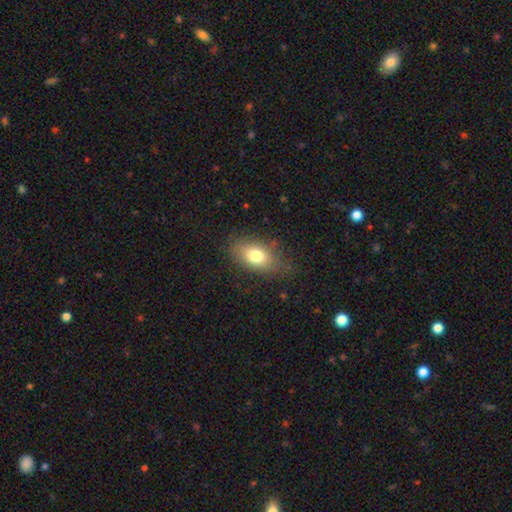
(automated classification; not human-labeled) Smooth or featured? Predicted: smooth (p=0.76). How rounded? Predicted: in between (p=0.86). Merging? Predicted: none (p=0.72).